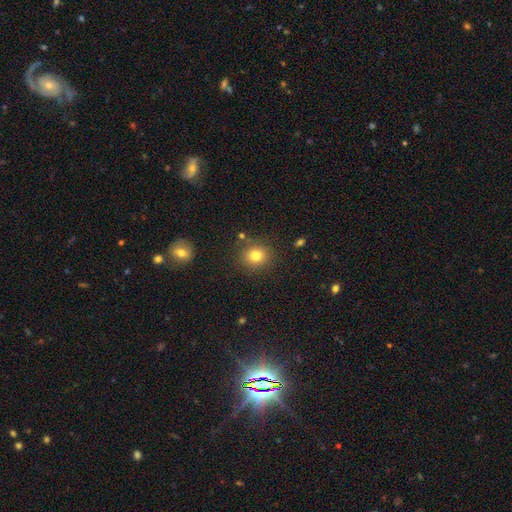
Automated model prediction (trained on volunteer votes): smooth-or-featured: smooth: 80% | star or artifact: 12% | featured or disk: 8%
  how-rounded: round: 85% | in between: 14% | cigar-shaped: 1%
  merging: none: 85% | minor disturbance: 8% | merger: 3% | major disturbance: 3%